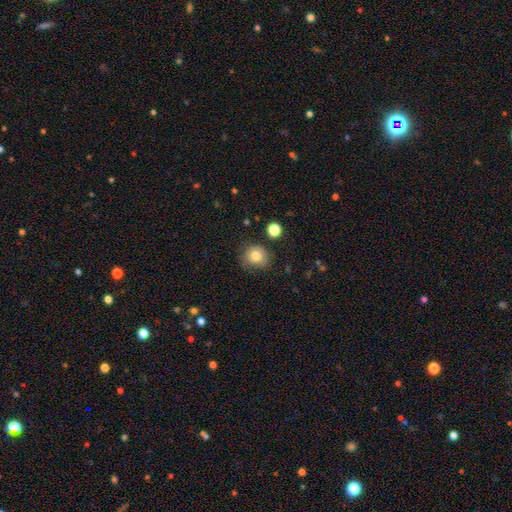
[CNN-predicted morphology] type=smooth (79%); roundness=round (81%); merging=none (67%).